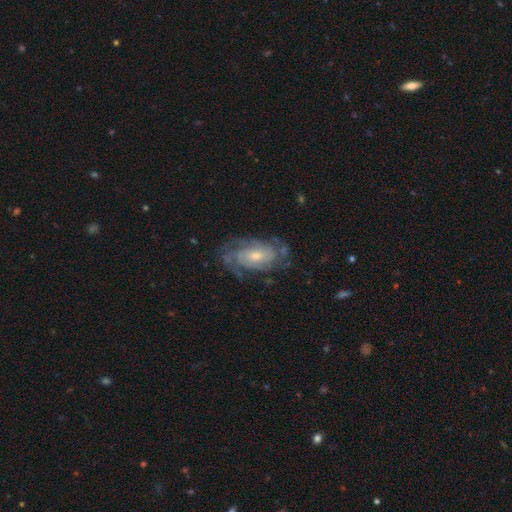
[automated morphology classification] The model was most divided on "spiral arm count": can't tell: 31%, 2: 29%, 3: 20%, 4: 10%, 1: 5%, more than 4: 5%. More confident: edge-on disk — no (96%); spiral arms — yes (95%); smooth or featured — featured or disk (86%); merging — none (73%); spiral winding — tight (64%); bar — no (56%); bulge size — moderate (51%).